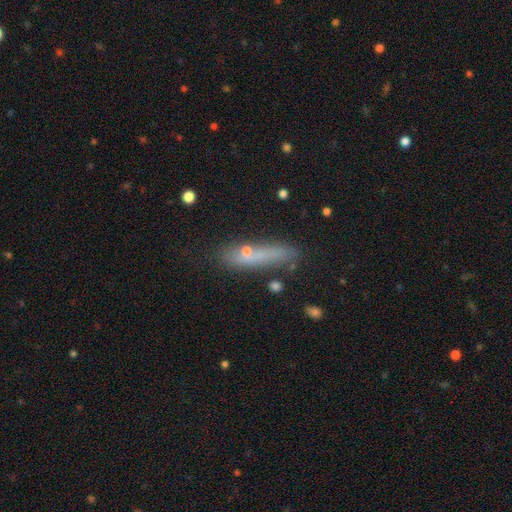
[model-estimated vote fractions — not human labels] A smooth galaxy with no disk features (56%) that is cigar-shaped (76%). Merging: none (62%).